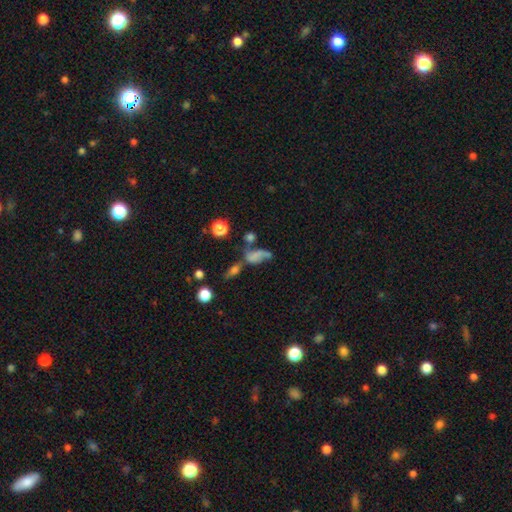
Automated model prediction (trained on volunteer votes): The model was most divided on "merging": merger: 36%, none: 26%, major disturbance: 23%, minor disturbance: 15%. More confident: how rounded — in between (72%); smooth or featured — smooth (52%).